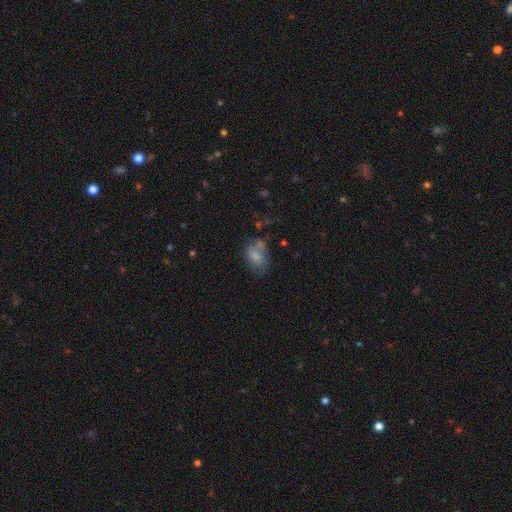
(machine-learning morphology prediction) Smooth or featured? smooth (76%)
How rounded? in between (84%)
Merging? none (47%)